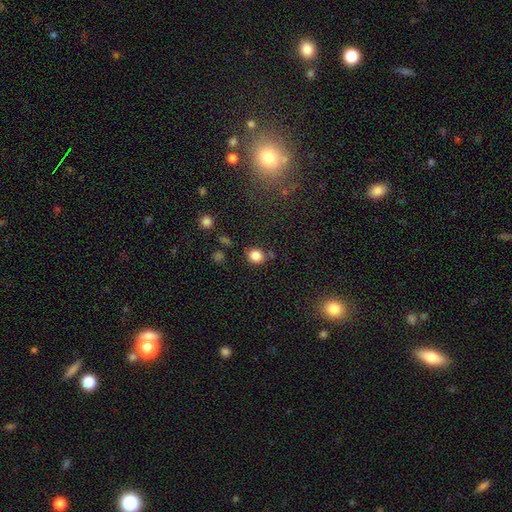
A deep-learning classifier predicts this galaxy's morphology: Smooth or featured?
  - smooth: 84% *
  - star or artifact: 11%
  - featured or disk: 5%
How rounded?
  - round: 68% *
  - in between: 31%
  - cigar-shaped: 1%
Merging?
  - none: 76% *
  - minor disturbance: 14%
  - merger: 7%
  - major disturbance: 4%